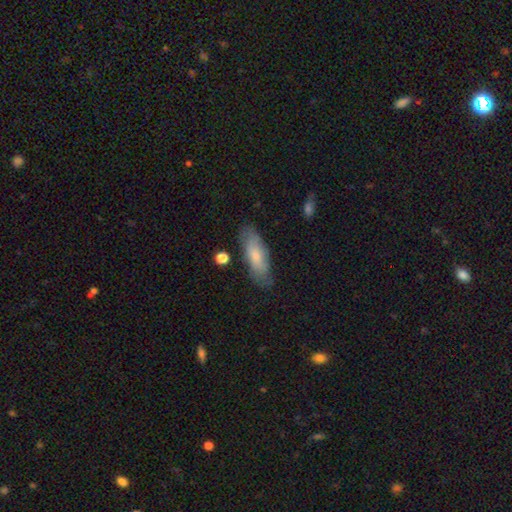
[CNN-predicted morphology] Overall: smooth (66%; featured or disk 28%). How rounded: in between (69%; cigar-shaped 29%). Merging: none (75%).